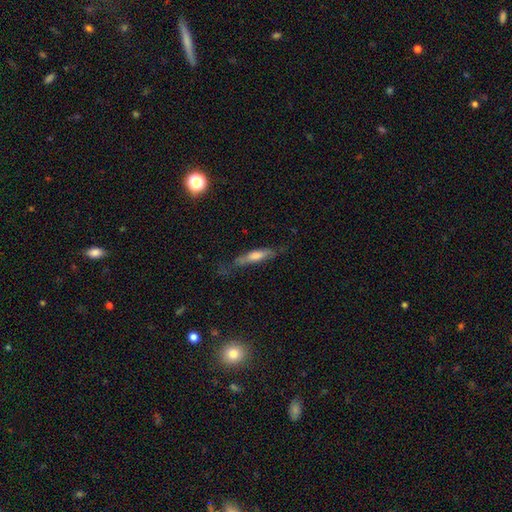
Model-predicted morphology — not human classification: Overall: smooth (46%; featured or disk 45%). Merging: none (57%; minor disturbance 25%).